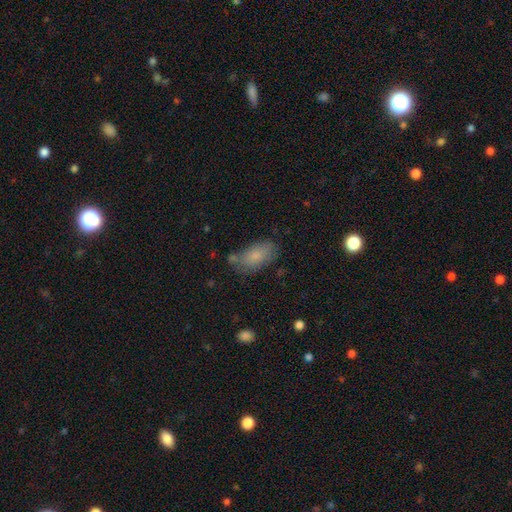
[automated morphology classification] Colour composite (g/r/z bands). It shows a smooth galaxy with no disk features (79%) that is in between round and cigar-shaped (91%). Merging: none (65%).